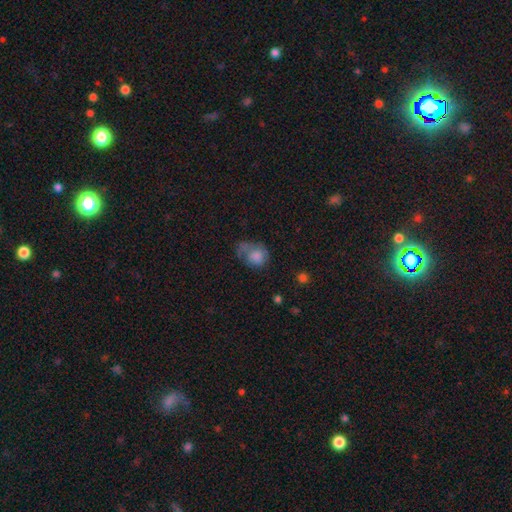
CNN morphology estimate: This is likely a smooth galaxy (70%). How rounded: possibly round (51%). Merging: marginally major disturbance (39%).